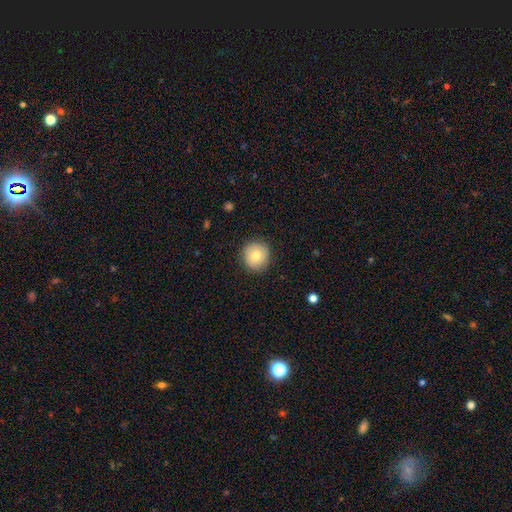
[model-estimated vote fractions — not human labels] A smooth galaxy with no disk features (76%) that is round (93%). Merging: none (89%).